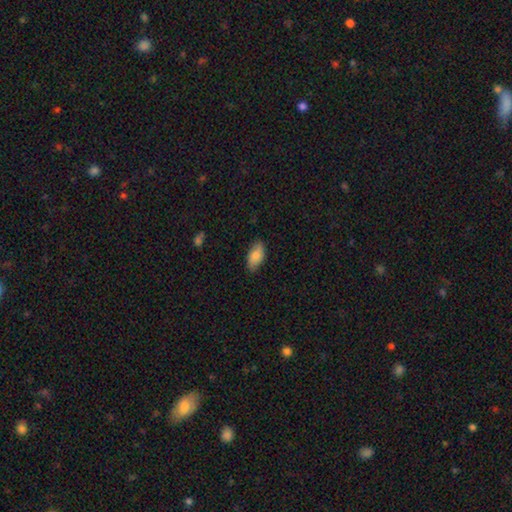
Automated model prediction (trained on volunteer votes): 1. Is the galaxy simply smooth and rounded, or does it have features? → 82% smooth, 11% featured or disk, 7% star or artifact.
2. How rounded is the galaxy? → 93% in between, 4% cigar-shaped, 3% round.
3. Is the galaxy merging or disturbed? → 81% none, 15% minor disturbance, 3% major disturbance, 1% merger.